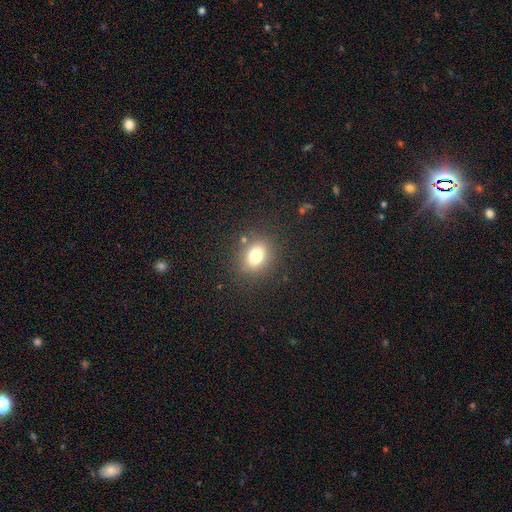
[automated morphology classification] type=smooth (76%); roundness=round (57%); merging=none (83%).